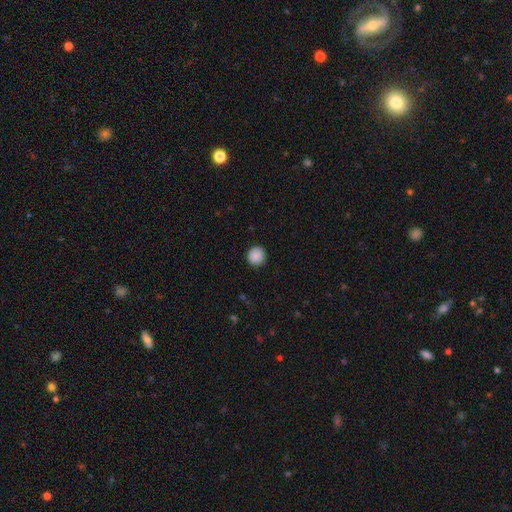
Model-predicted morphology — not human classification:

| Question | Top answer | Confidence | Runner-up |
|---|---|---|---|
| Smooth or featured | smooth | 89% | star or artifact (8%) |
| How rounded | round | 94% | in between (5%) |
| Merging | none | 91% | minor disturbance (6%) |